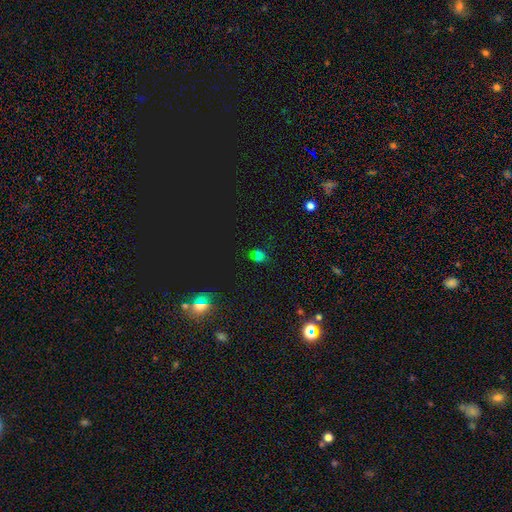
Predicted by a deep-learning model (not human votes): smooth 53%, star or artifact 40%, featured or disk 7%. Down the decision tree: how rounded — round (57%); merging — none (73%).